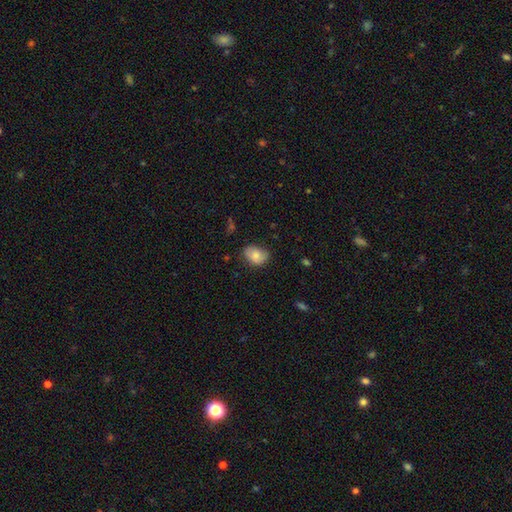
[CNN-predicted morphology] A smooth galaxy with no disk features (75%) that is in between round and cigar-shaped (69%).

Vote fractions:
- Smooth or featured? smooth: 75% / featured or disk: 17% / star or artifact: 8%
- How rounded? in between: 69% / round: 30% / cigar-shaped: 1%
- Merging? none: 66% / minor disturbance: 27% / major disturbance: 5% / merger: 1%